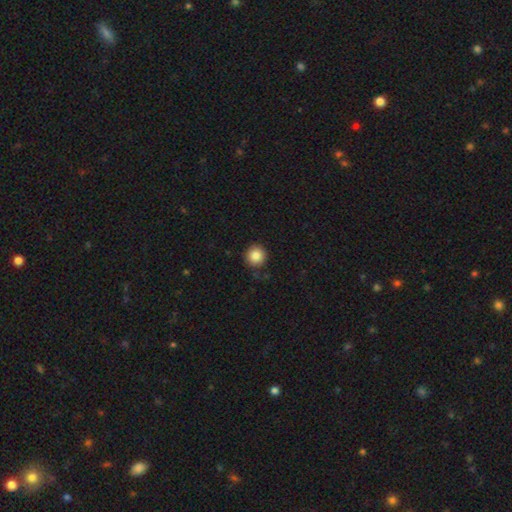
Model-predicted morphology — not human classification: The model was most divided on "smooth or featured": smooth: 84%, star or artifact: 10%, featured or disk: 6%. More confident: how rounded — round (95%); merging — none (87%).